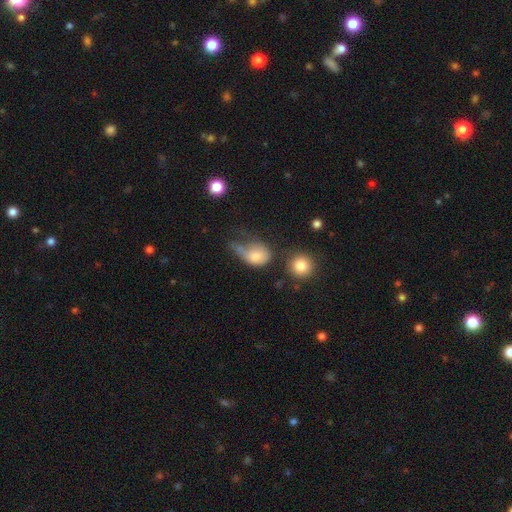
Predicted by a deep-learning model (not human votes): smooth_or_featured: smooth (p=0.71) [alt: featured or disk p=0.19]
how_rounded: in between (p=0.59) [alt: round p=0.38]
merging: major disturbance (p=0.49) [alt: minor disturbance p=0.23]